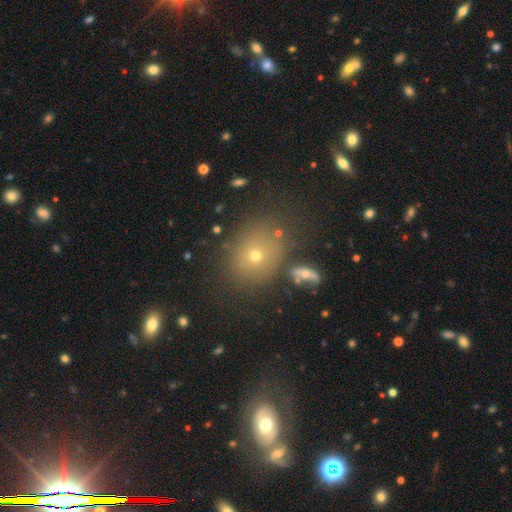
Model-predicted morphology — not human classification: type=smooth (64%); roundness=round (61%); merging=none (72%).